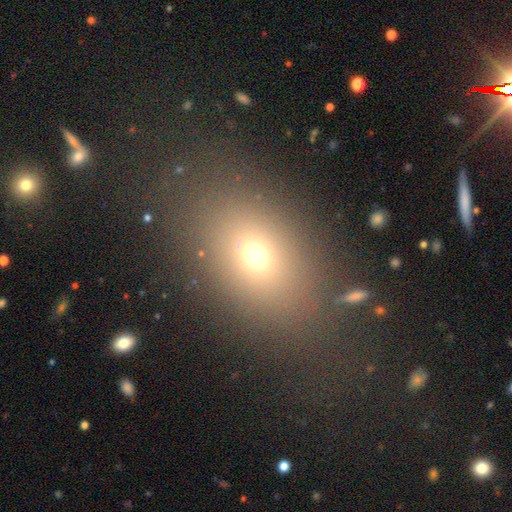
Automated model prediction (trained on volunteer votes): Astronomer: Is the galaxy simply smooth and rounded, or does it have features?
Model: smooth — 67%.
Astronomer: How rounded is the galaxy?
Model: in between — 70%.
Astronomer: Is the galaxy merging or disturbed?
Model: none — 78%.